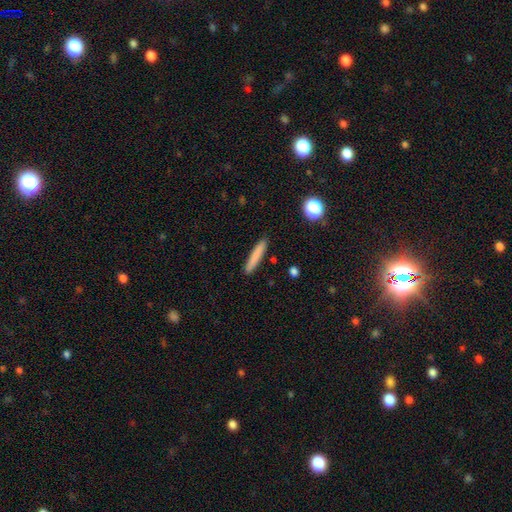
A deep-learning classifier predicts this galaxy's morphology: type=smooth (81%); roundness=cigar-shaped (93%); merging=none (90%).